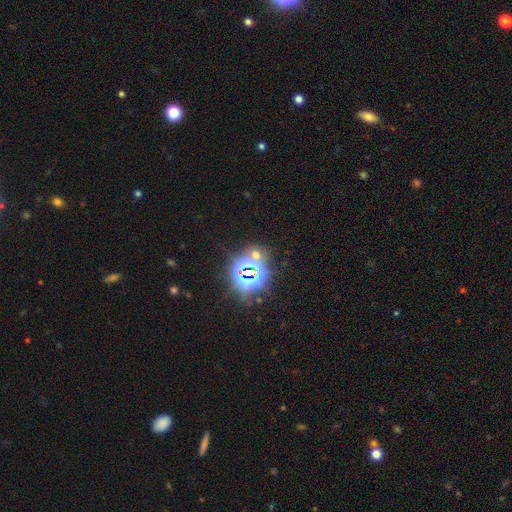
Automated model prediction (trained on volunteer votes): Smooth or featured? star or artifact (70%)